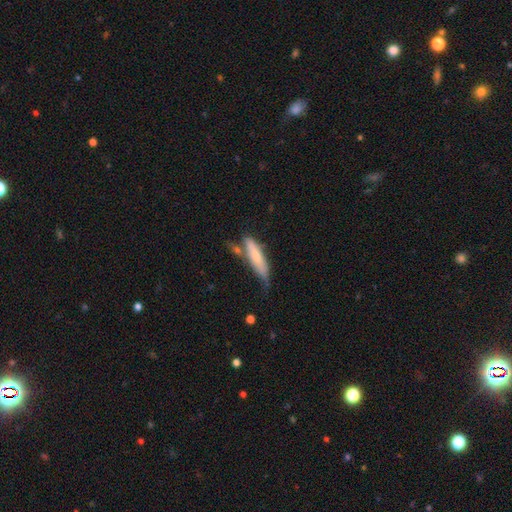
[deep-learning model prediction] Smooth or featured?
  - smooth: 65% *
  - featured or disk: 30%
  - star or artifact: 6%
How rounded?
  - cigar-shaped: 75% *
  - in between: 24%
  - round: 2%
Merging?
  - none: 47% *
  - minor disturbance: 31%
  - merger: 14%
  - major disturbance: 9%